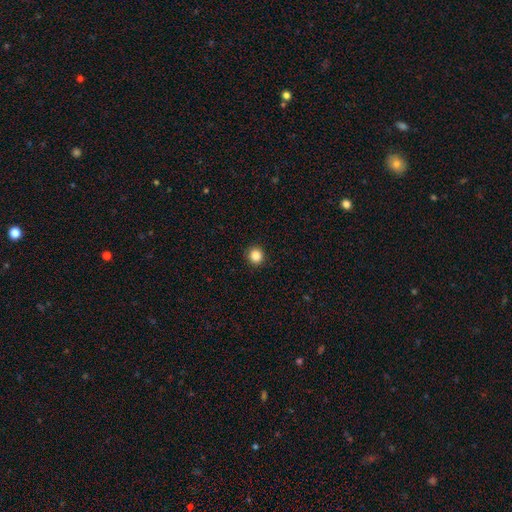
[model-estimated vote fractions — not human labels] A smooth galaxy with no disk features (86%) that is round (93%).

Vote fractions:
- Smooth or featured? smooth: 86% / star or artifact: 10% / featured or disk: 3%
- How rounded? round: 93% / in between: 6% / cigar-shaped: 1%
- Merging? none: 92% / minor disturbance: 5% / major disturbance: 2% / merger: 1%